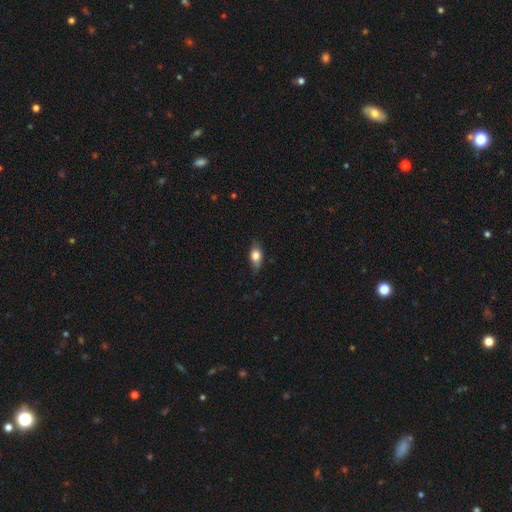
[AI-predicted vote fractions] Smooth or featured?
  - smooth: 74% *
  - featured or disk: 19%
  - star or artifact: 8%
How rounded?
  - in between: 79% *
  - round: 10%
  - cigar-shaped: 10%
Merging?
  - none: 78% *
  - minor disturbance: 18%
  - major disturbance: 3%
  - merger: 1%